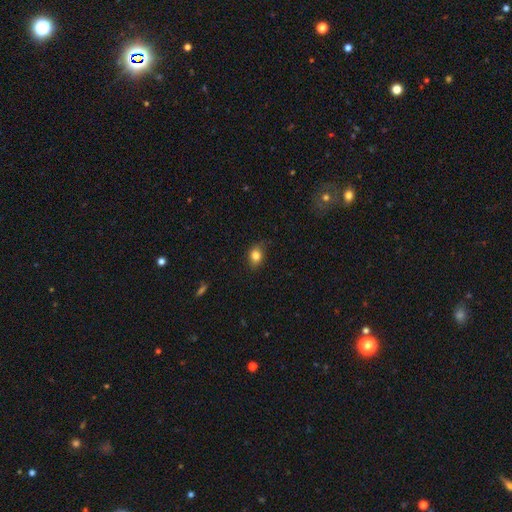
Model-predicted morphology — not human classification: Smooth or featured? Predicted: smooth (p=0.83). How rounded? Predicted: in between (p=0.62). Merging? Predicted: none (p=0.77).